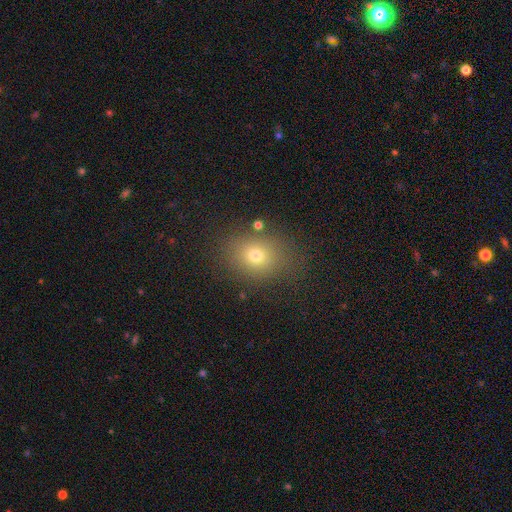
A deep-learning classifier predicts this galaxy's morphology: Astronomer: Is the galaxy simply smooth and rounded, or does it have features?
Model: smooth — 72%.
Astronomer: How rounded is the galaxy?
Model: round — 51% (runner-up: in between, 48%).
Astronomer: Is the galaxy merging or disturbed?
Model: none — 78%.